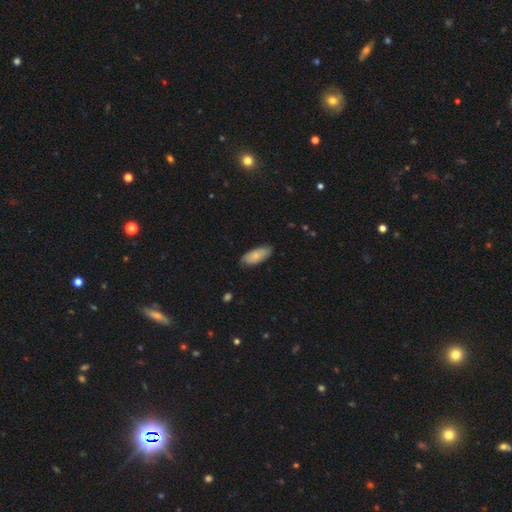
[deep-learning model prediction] Morphology: type=smooth (77%); roundness=in between (87%); merging=none (82%).